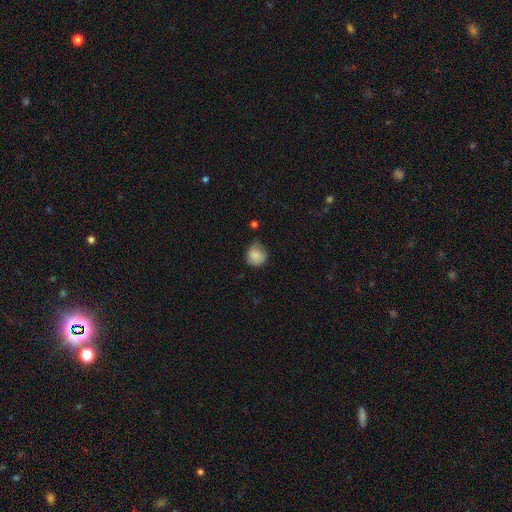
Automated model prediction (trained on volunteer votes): Overall: smooth (85%). How rounded: round (85%). Merging: none (66%; minor disturbance 26%).